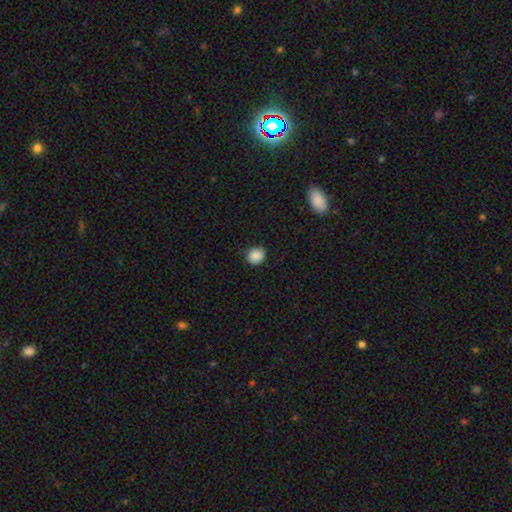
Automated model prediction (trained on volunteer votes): Smooth or featured?
  - smooth: 88% *
  - star or artifact: 9%
  - featured or disk: 4%
How rounded?
  - round: 77% *
  - in between: 22%
  - cigar-shaped: 1%
Merging?
  - none: 85% *
  - minor disturbance: 12%
  - major disturbance: 2%
  - merger: 1%